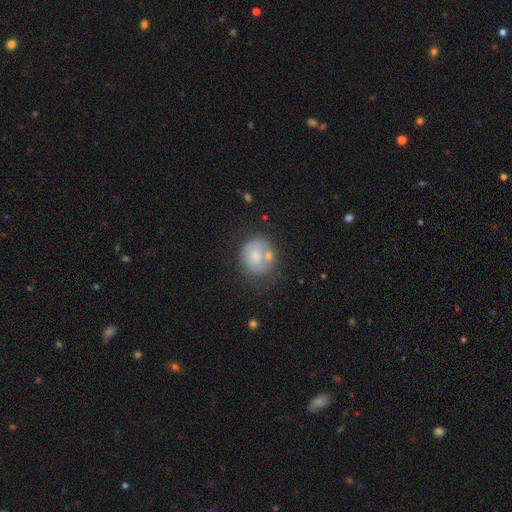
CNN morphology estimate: Overall: smooth (64%; featured or disk 27%). How rounded: round (74%). Merging: none (50%; minor disturbance 23%).